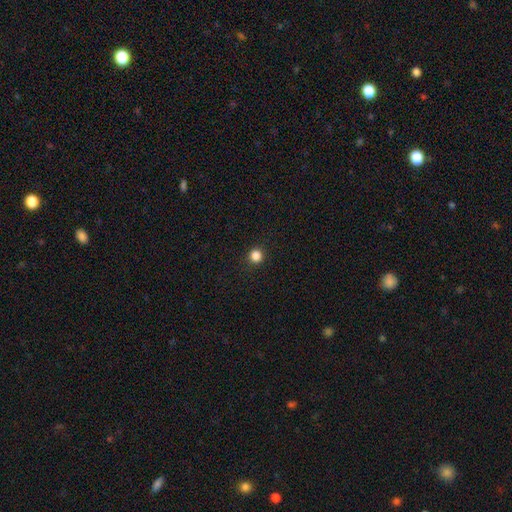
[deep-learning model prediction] A smooth galaxy with no disk features (85%) that is round (93%). Merging: none (92%).